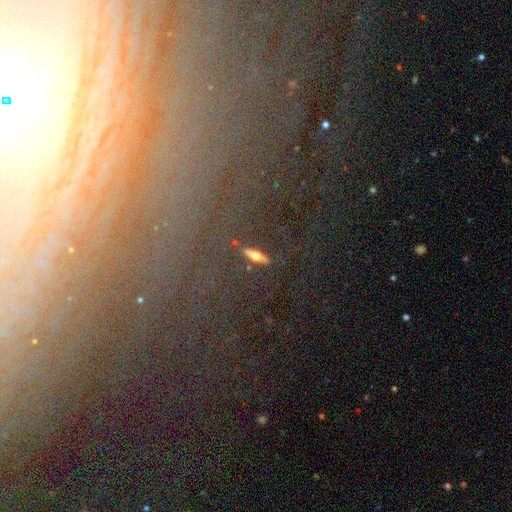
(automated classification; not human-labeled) A featured or disk galaxy (45%).

Vote fractions:
- Smooth or featured? featured or disk: 45% / smooth: 34% / star or artifact: 22%
- Merging? none: 84% / minor disturbance: 9% / major disturbance: 4% / merger: 4%